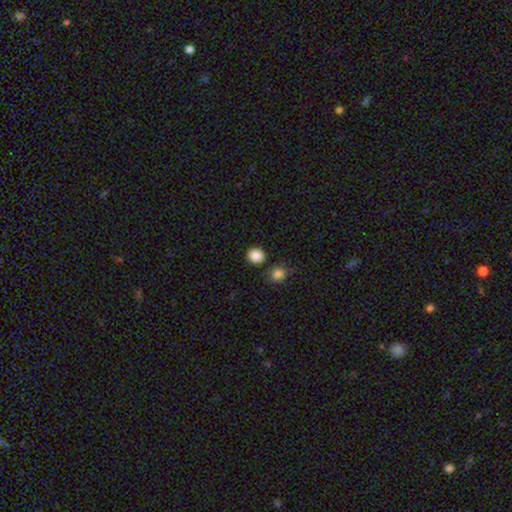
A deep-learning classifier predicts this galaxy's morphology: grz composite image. It shows a smooth galaxy with no disk features (87%) that is round (87%). Merging: none (84%).